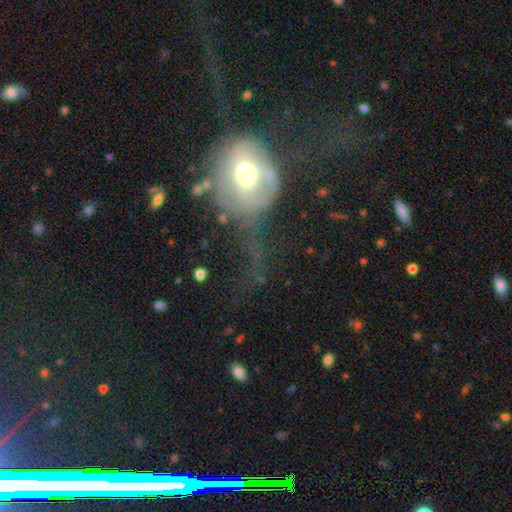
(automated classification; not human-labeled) A featured or disk galaxy (42%). Merging: major disturbance (52%).